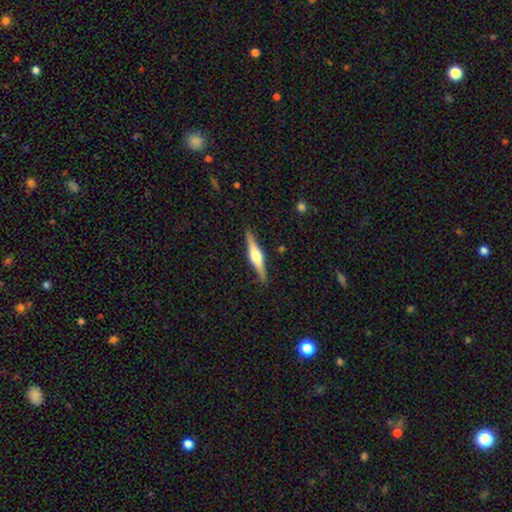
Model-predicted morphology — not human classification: Q: Smooth or featured?
A: featured or disk (74%); runner-up: smooth (20%)
Q: Edge-on disk?
A: yes (98%); runner-up: no (2%)
Q: Edge-on bulge?
A: rounded (89%); runner-up: boxy (8%)
Q: Merging?
A: none (90%); runner-up: minor disturbance (7%)